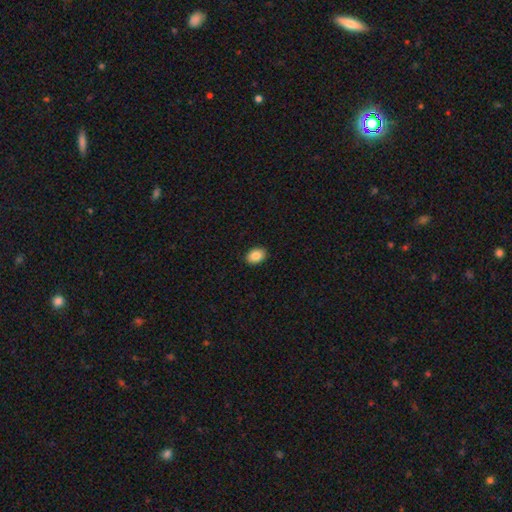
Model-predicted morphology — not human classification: Smooth or featured?
  - smooth: 87% *
  - star or artifact: 8%
  - featured or disk: 5%
How rounded?
  - in between: 79% *
  - round: 20%
  - cigar-shaped: 1%
Merging?
  - none: 91% *
  - minor disturbance: 7%
  - major disturbance: 2%
  - merger: 1%